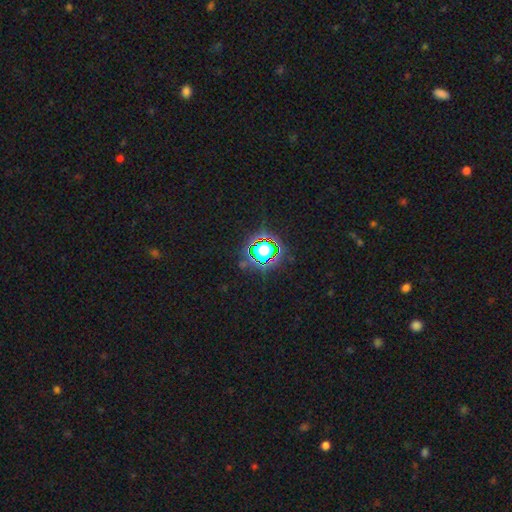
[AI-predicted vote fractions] Morphology: type=star or artifact (78%).